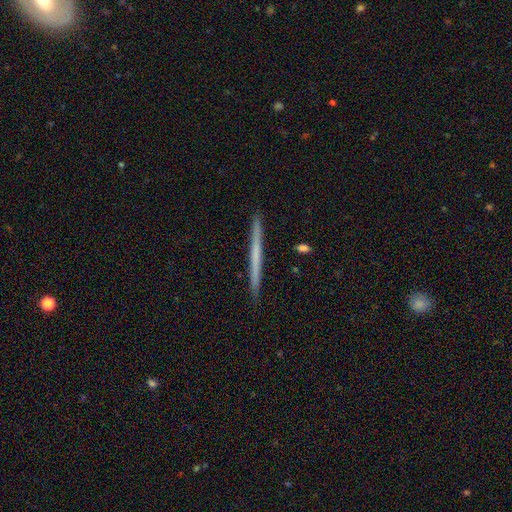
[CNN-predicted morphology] Smooth or featured? featured or disk (48%)
Merging? none (93%)